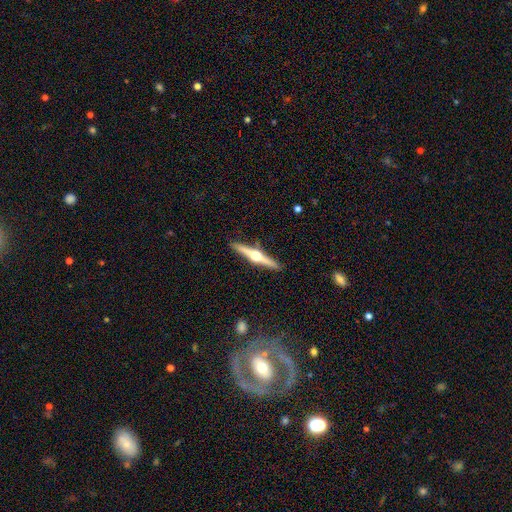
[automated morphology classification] This appears to be a featured or disk galaxy (80%) viewed edge-on (98%) with a rounded central bulge (96%). Merging: none (91%).